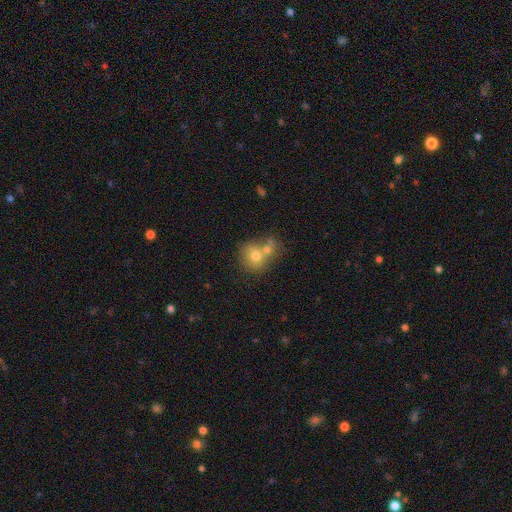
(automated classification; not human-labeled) smooth_or_featured: smooth (p=0.71) [alt: featured or disk p=0.18]
how_rounded: round (p=0.75) [alt: in between p=0.24]
merging: merger (p=0.51) [alt: none p=0.36]